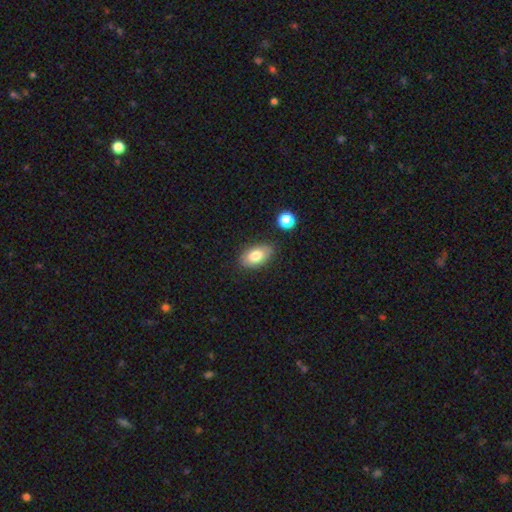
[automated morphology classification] smooth 79%, featured or disk 13%, star or artifact 8%. Down the decision tree: how rounded — in between (91%); merging — none (82%).